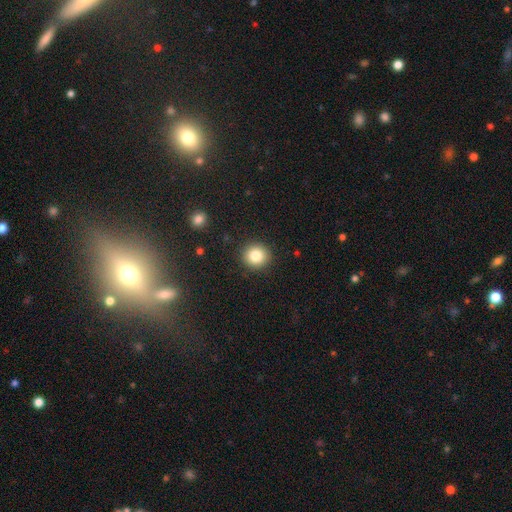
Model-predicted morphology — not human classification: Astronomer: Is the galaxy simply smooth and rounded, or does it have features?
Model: smooth — 82%.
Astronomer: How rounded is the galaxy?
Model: round — 88%.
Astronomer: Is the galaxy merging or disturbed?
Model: none — 91%.